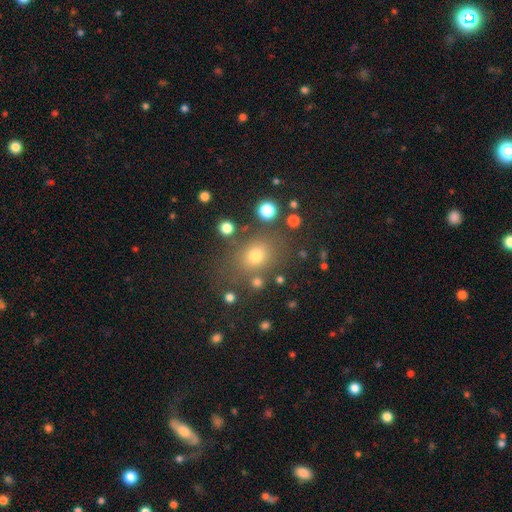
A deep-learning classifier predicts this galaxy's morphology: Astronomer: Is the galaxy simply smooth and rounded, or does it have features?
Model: smooth — 69%.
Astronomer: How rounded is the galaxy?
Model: round — 53% (runner-up: in between, 46%).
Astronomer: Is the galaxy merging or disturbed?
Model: none — 75%.